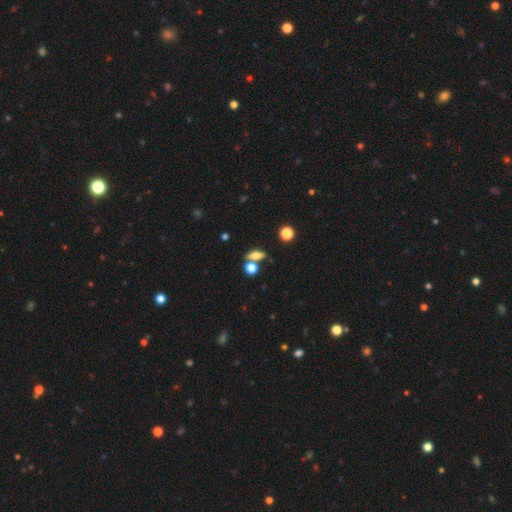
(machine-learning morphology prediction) type=smooth (60%); roundness=in between (60%); merging=none (63%).